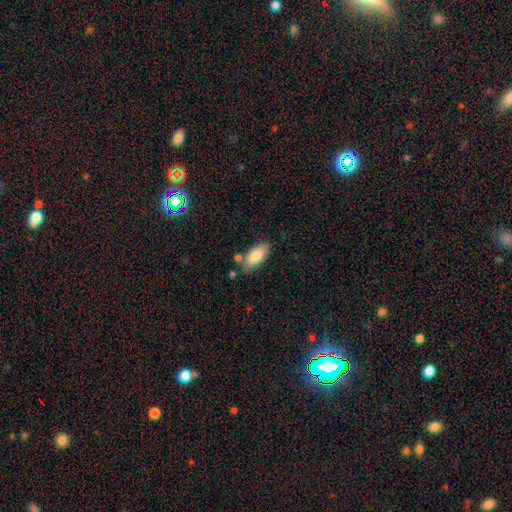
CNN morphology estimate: This appears to be a smooth galaxy with no disk features (82%) that is in between round and cigar-shaped (87%). Merging: none (74%).